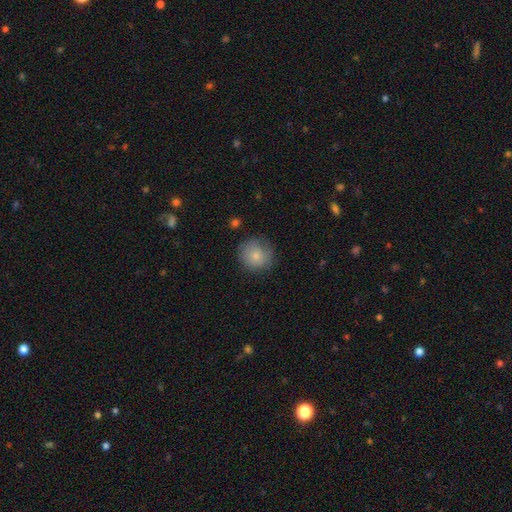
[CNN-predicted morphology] A smooth galaxy with no disk features (80%) that is round (92%).

Vote fractions:
- Smooth or featured? smooth: 80% / featured or disk: 13% / star or artifact: 7%
- How rounded? round: 92% / in between: 7% / cigar-shaped: 1%
- Merging? none: 80% / minor disturbance: 15% / major disturbance: 4% / merger: 1%